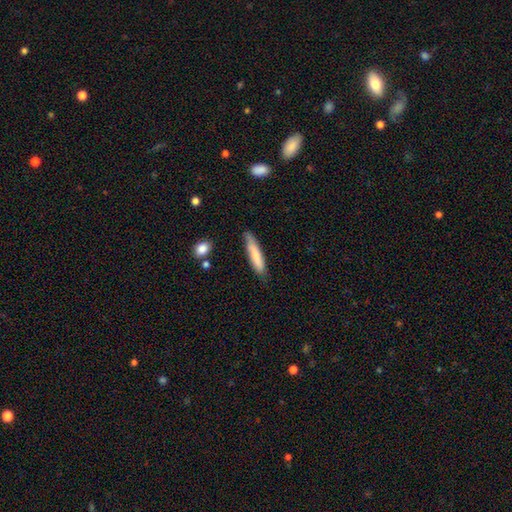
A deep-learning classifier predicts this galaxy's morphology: This appears to be a smooth galaxy with no disk features (76%) that is cigar-shaped (87%). Merging: none (75%).